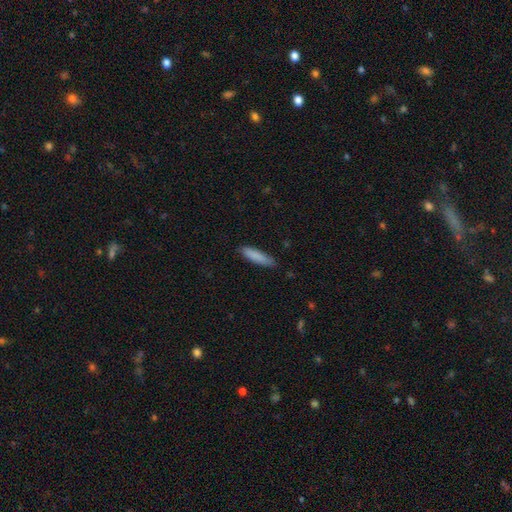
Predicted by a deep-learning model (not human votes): This is clearly a smooth galaxy (86%). How rounded: likely cigar-shaped (78%). Merging: clearly none (84%).